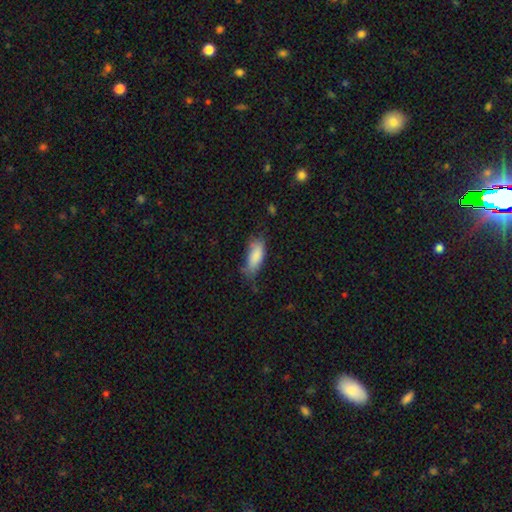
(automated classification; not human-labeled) Smooth or featured? Predicted: smooth (p=0.85). How rounded? Predicted: in between (p=0.78). Merging? Predicted: none (p=0.49).